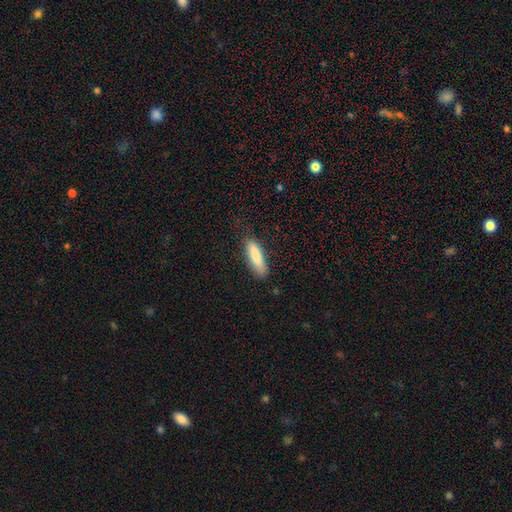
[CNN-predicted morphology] Smooth or featured? Predicted: smooth (p=0.84). How rounded? Predicted: cigar-shaped (p=0.64). Merging? Predicted: none (p=0.81).